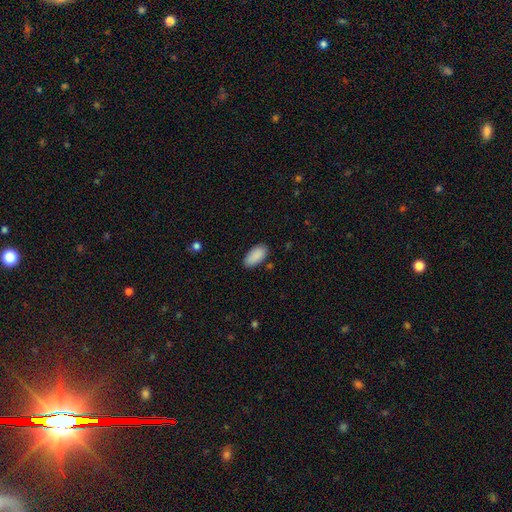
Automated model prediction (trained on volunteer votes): smooth_or_featured: smooth (p=0.90) [alt: star or artifact p=0.06]
how_rounded: in between (p=0.94) [alt: cigar-shaped p=0.04]
merging: none (p=0.85) [alt: minor disturbance p=0.11]